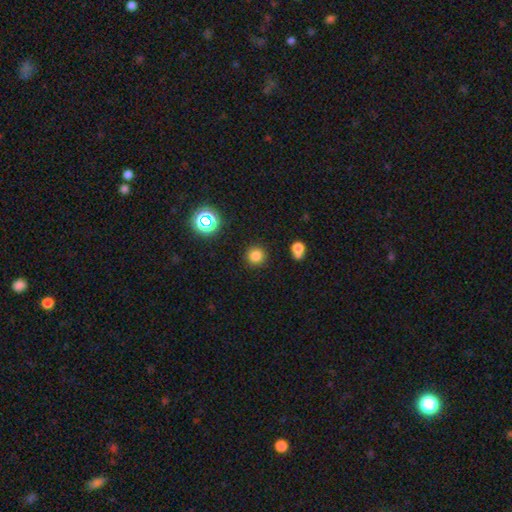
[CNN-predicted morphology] smooth 79%, star or artifact 16%, featured or disk 5%. Down the decision tree: how rounded — round (93%); merging — none (88%).